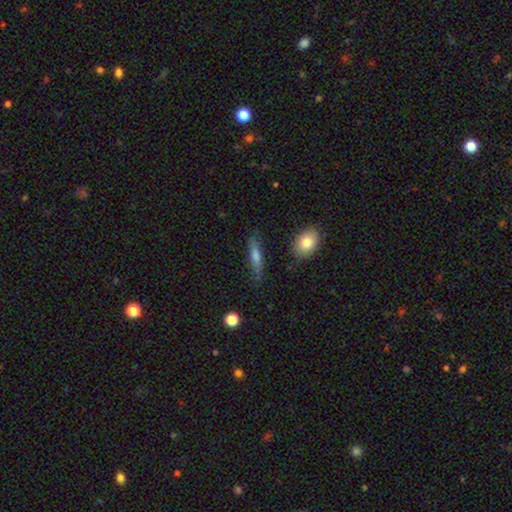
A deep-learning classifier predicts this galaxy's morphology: A smooth galaxy with no disk features (61%) that is cigar-shaped (77%). Merging: none (82%).